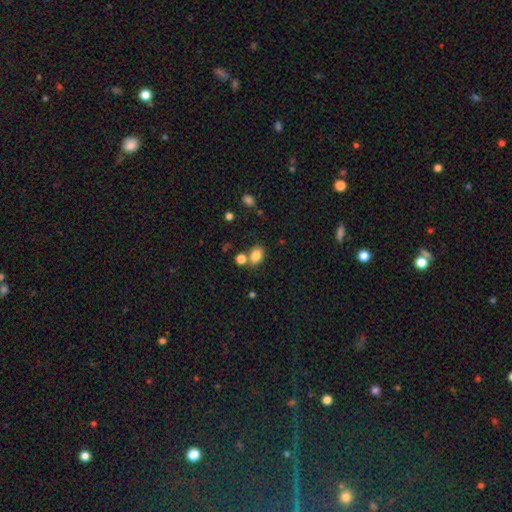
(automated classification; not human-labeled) smooth_or_featured: smooth (p=0.83) [alt: star or artifact p=0.11]
how_rounded: in between (p=0.71) [alt: round p=0.28]
merging: none (p=0.63) [alt: merger p=0.21]